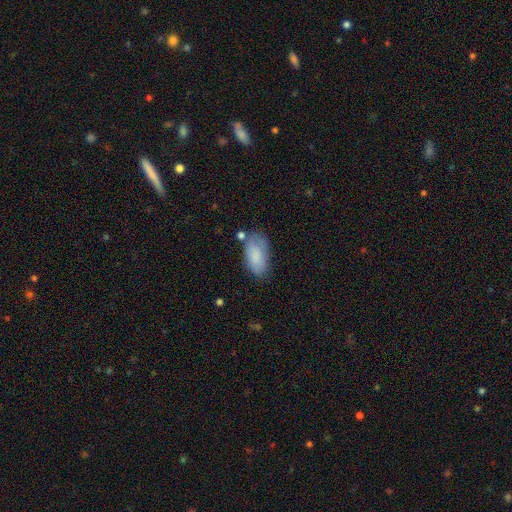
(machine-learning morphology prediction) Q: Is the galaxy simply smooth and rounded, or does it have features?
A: smooth — 80%.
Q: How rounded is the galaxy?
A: in between — 94%.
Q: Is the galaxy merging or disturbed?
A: none — 61%.